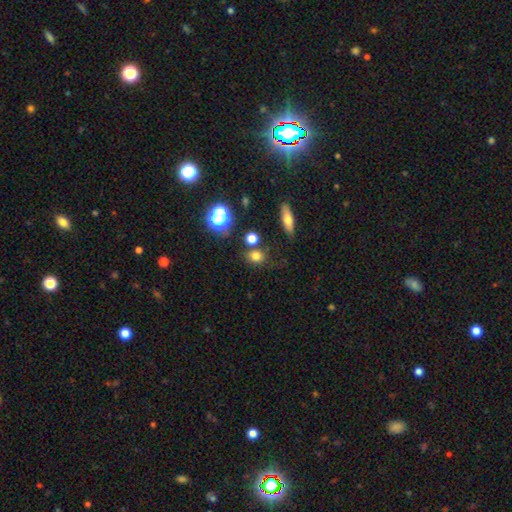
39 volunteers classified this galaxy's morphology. This is clearly a smooth galaxy (92%). How rounded: possibly round (56%). Merging: likely none (73%).